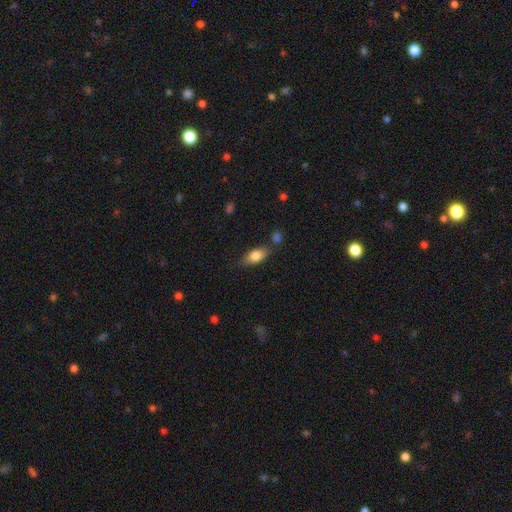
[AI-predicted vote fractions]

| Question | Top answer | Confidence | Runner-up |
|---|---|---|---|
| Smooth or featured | smooth | 79% | featured or disk (14%) |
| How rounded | in between | 84% | cigar-shaped (12%) |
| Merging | none | 73% | minor disturbance (16%) |